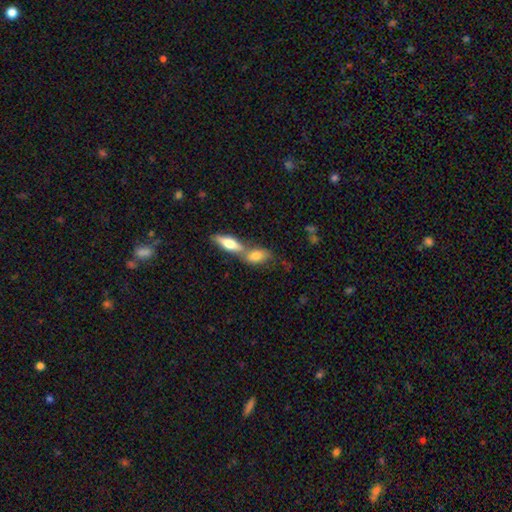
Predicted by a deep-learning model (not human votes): Overall: smooth (70%). How rounded: in between (77%). Merging: merger (55%; none 33%).